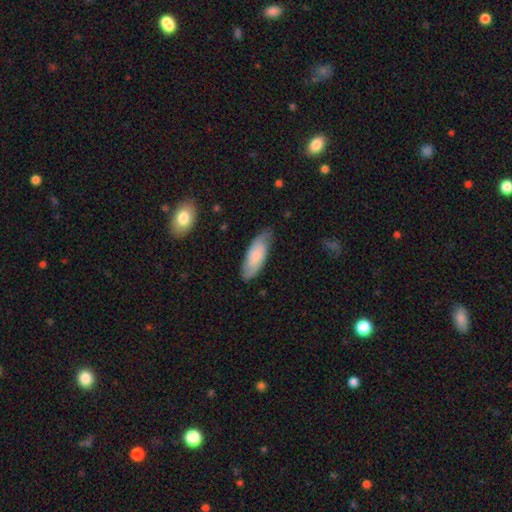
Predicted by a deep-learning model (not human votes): A smooth galaxy with no disk features (59%) that is in between round and cigar-shaped (73%).

Vote fractions:
- Smooth or featured? smooth: 59% / featured or disk: 35% / star or artifact: 6%
- How rounded? in between: 73% / cigar-shaped: 25% / round: 2%
- Merging? none: 73% / minor disturbance: 22% / major disturbance: 4% / merger: 1%